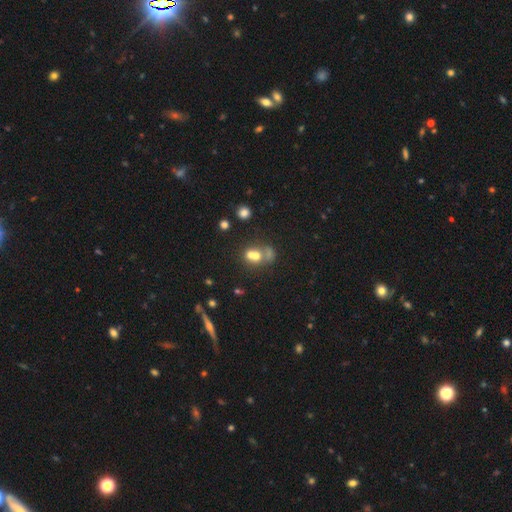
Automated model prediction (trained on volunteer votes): Smooth or featured? smooth (59%)
How rounded? round (58%)
Merging? merger (63%)